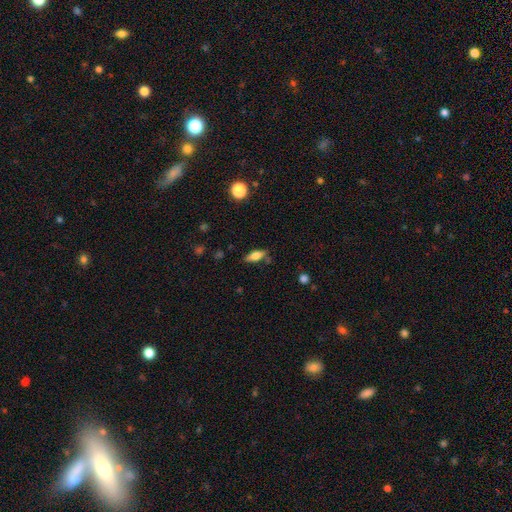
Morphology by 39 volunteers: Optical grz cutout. It shows a smooth galaxy with no disk features (64%) that is in between round and cigar-shaped (84%). Merging: none (89%).